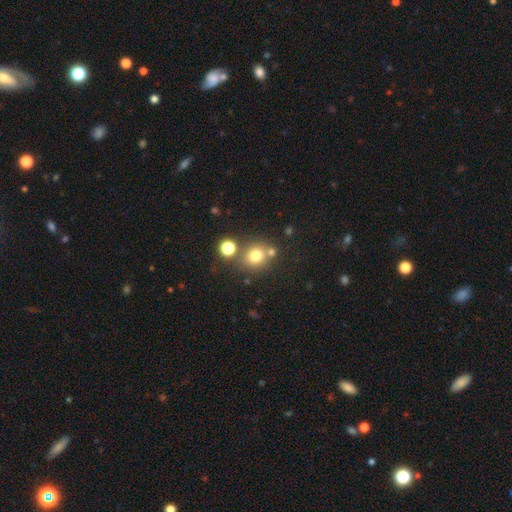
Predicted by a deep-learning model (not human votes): smooth-or-featured: smooth: 75% | star or artifact: 16% | featured or disk: 10%
  how-rounded: round: 84% | in between: 15% | cigar-shaped: 1%
  merging: none: 70% | merger: 17% | minor disturbance: 10% | major disturbance: 4%